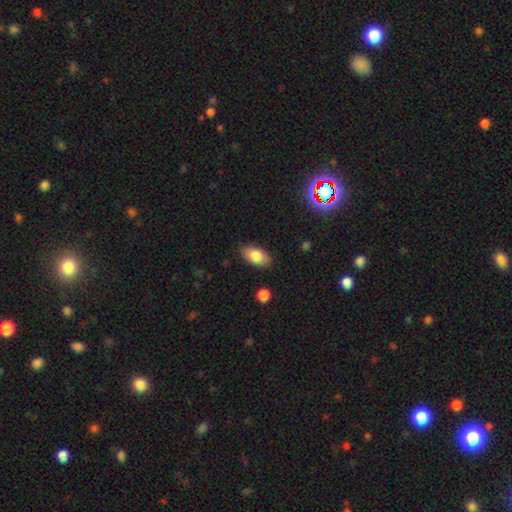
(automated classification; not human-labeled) Q: Smooth or featured?
A: smooth (83%); runner-up: featured or disk (10%)
Q: How rounded?
A: in between (93%); runner-up: round (5%)
Q: Merging?
A: none (85%); runner-up: minor disturbance (11%)